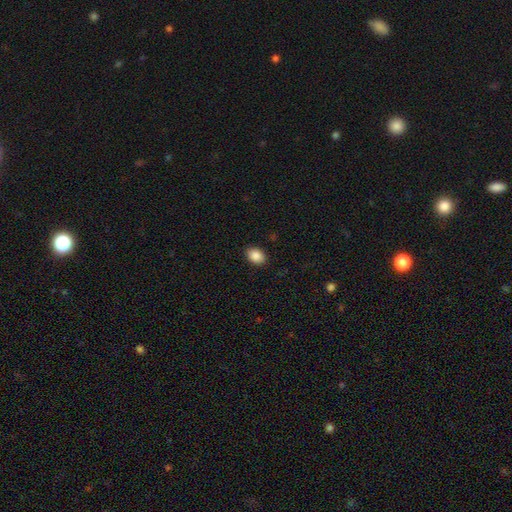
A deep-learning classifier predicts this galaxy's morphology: This appears to be a smooth galaxy with no disk features (89%) that is in between round and cigar-shaped (77%). Merging: none (89%).